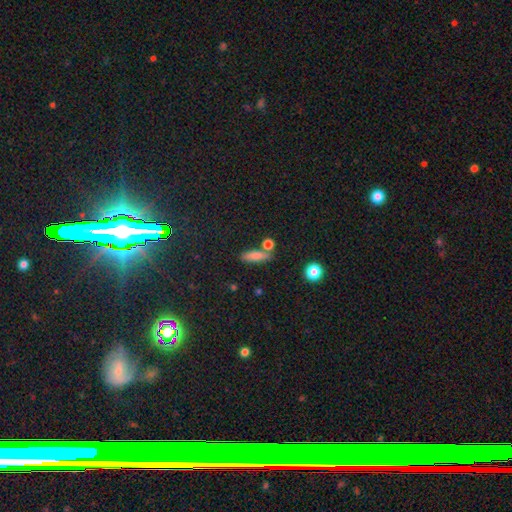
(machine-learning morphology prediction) Q: Smooth or featured?
A: smooth (78%); runner-up: star or artifact (11%)
Q: How rounded?
A: cigar-shaped (50%); runner-up: in between (42%)
Q: Merging?
A: none (67%); runner-up: merger (14%)